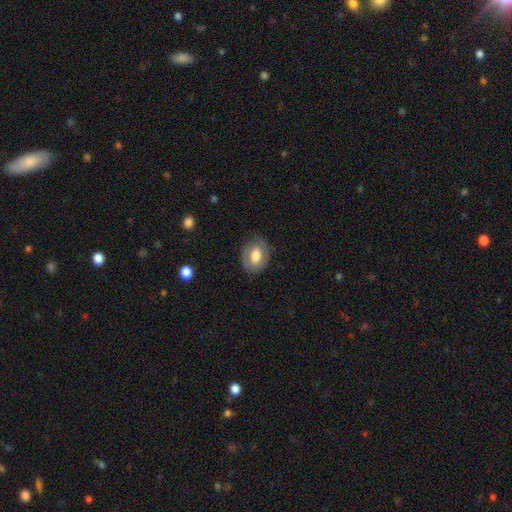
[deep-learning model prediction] smooth_or_featured: smooth (p=0.63) [alt: featured or disk p=0.29]
how_rounded: in between (p=0.70) [alt: round p=0.28]
merging: none (p=0.78) [alt: minor disturbance p=0.15]